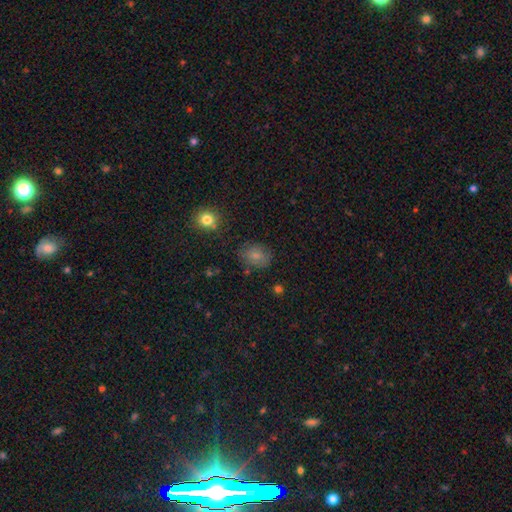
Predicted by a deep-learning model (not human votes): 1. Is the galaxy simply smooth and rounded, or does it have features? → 78% smooth, 12% star or artifact, 10% featured or disk.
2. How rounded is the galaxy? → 50% in between, 49% round, 1% cigar-shaped.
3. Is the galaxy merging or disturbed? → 74% none, 18% minor disturbance, 5% major disturbance, 3% merger.